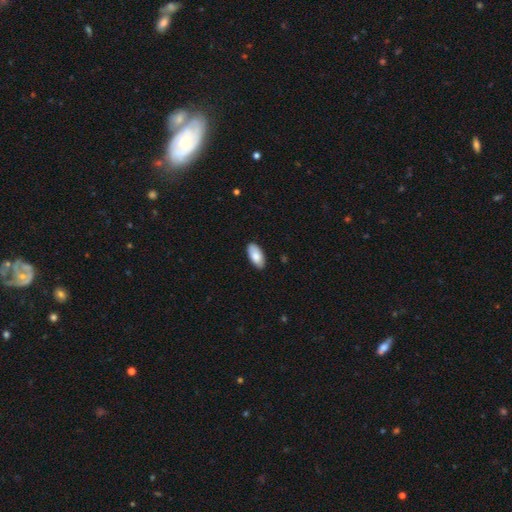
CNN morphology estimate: This is clearly a smooth galaxy (85%). How rounded: clearly in between (93%). Merging: clearly none (86%).